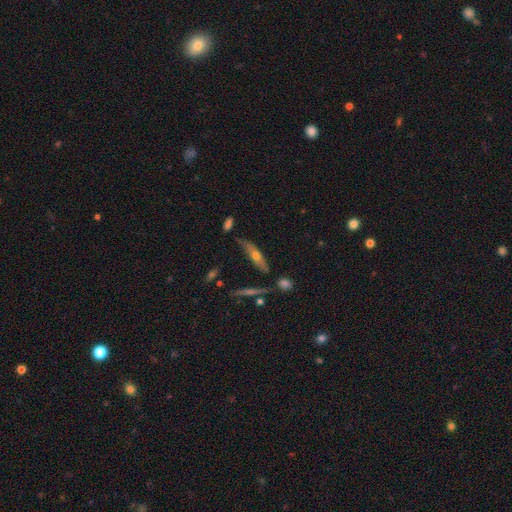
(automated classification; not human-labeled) Overall: star or artifact (38%; featured or disk 35%).